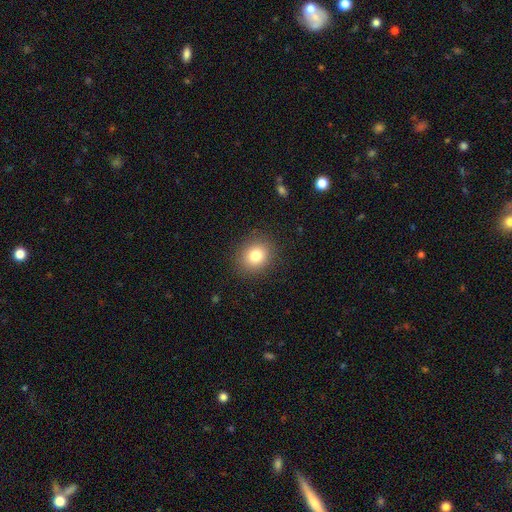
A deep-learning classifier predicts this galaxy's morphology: Overall: smooth (81%). How rounded: round (72%). Merging: none (89%).